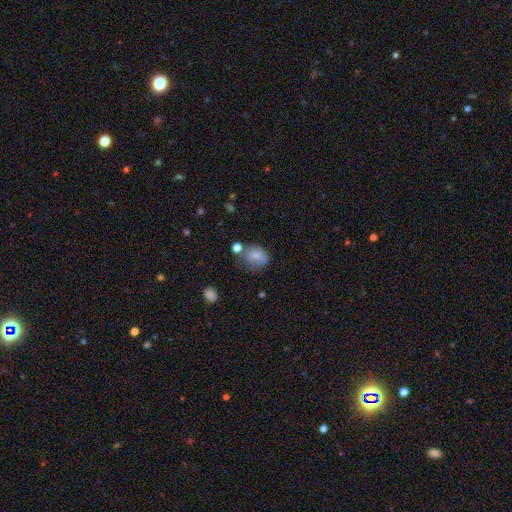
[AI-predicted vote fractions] Smooth or featured: smooth — 69% (featured or disk — 19%)
How rounded: in between — 52% (round — 47%)
Merging: none — 46% (minor disturbance — 27%)